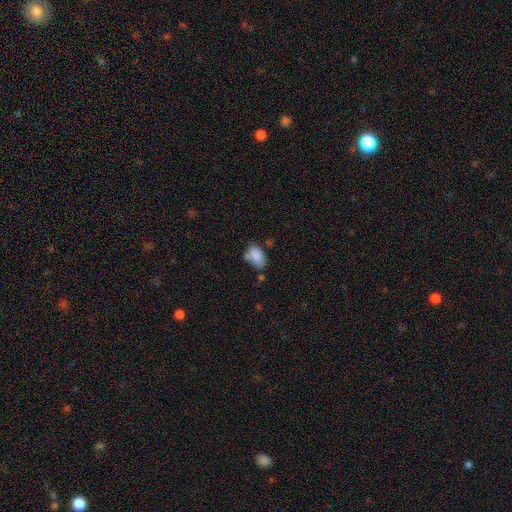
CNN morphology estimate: Q: Smooth or featured?
A: smooth (85%); runner-up: star or artifact (8%)
Q: How rounded?
A: in between (91%); runner-up: round (7%)
Q: Merging?
A: none (54%); runner-up: minor disturbance (23%)